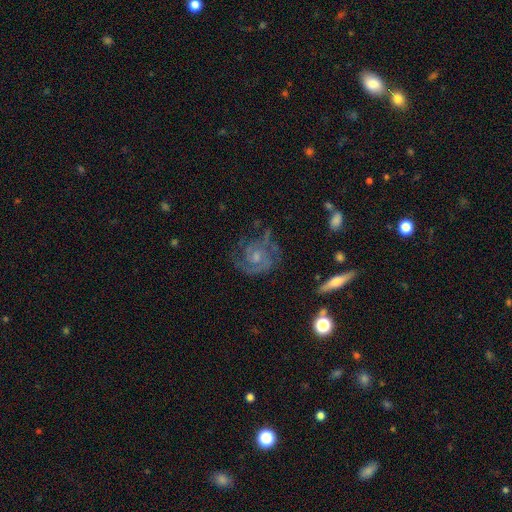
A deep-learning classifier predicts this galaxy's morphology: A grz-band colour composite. It shows a featured or disk galaxy (84%) with no bar (69%), 2 (56%) tight (55%) spiral arms (95%) and a small central bulge (47%). Merging: none (68%).